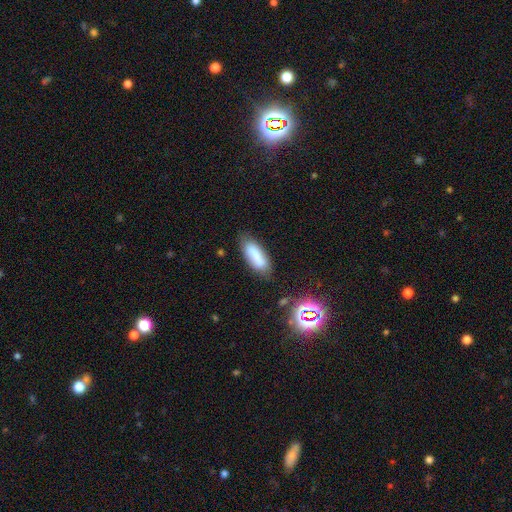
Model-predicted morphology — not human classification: smooth_or_featured: smooth (p=0.80) [alt: featured or disk p=0.11]
how_rounded: in between (p=0.69) [alt: cigar-shaped p=0.29]
merging: none (p=0.71) [alt: minor disturbance p=0.20]